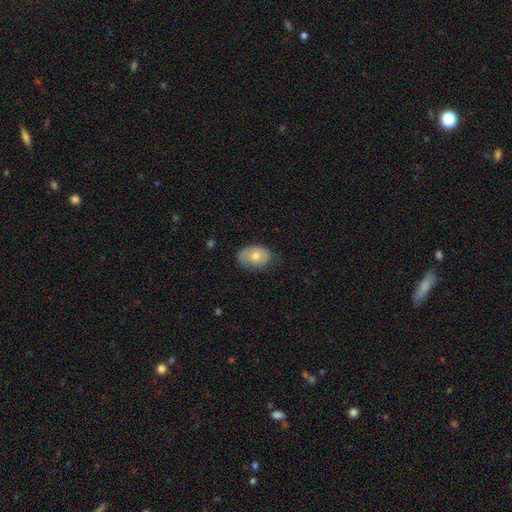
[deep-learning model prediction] smooth 66%, featured or disk 26%, star or artifact 8%. Down the decision tree: how rounded — in between (79%); merging — none (69%).